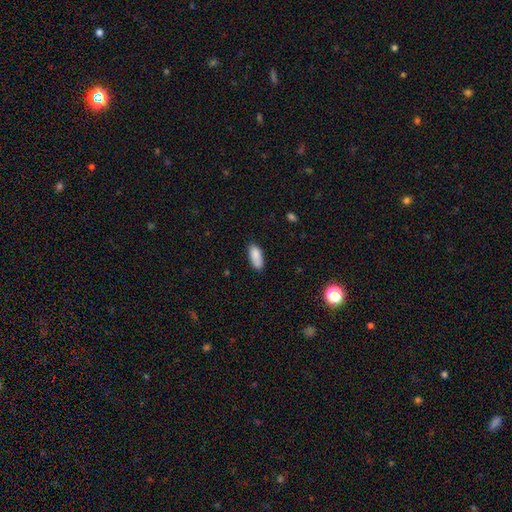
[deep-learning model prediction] The model was most divided on "merging": none: 76%, minor disturbance: 19%, major disturbance: 3%, merger: 2%. More confident: smooth or featured — smooth (87%); how rounded — in between (83%).